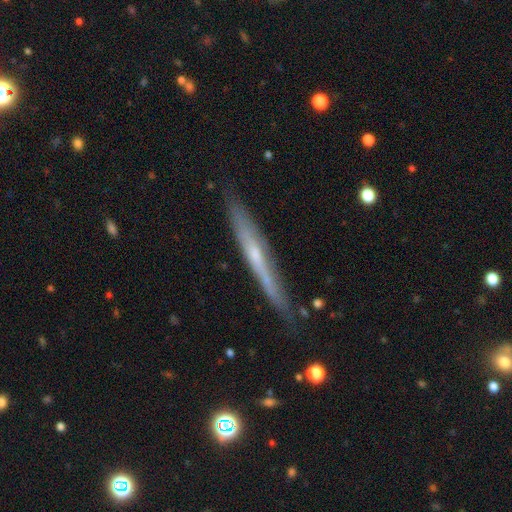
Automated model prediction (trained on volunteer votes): Smooth or featured? featured or disk (61%)
Edge-on disk? yes (93%)
Edge-on bulge? none (54%)
Merging? none (81%)